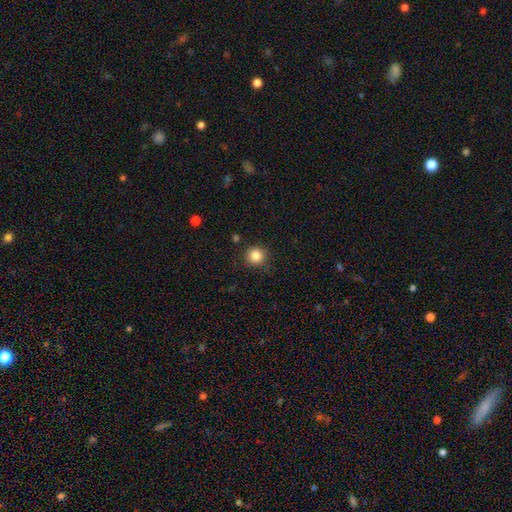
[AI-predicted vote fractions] The model was most divided on "smooth or featured": smooth: 85%, star or artifact: 11%, featured or disk: 4%. More confident: how rounded — round (93%); merging — none (87%).